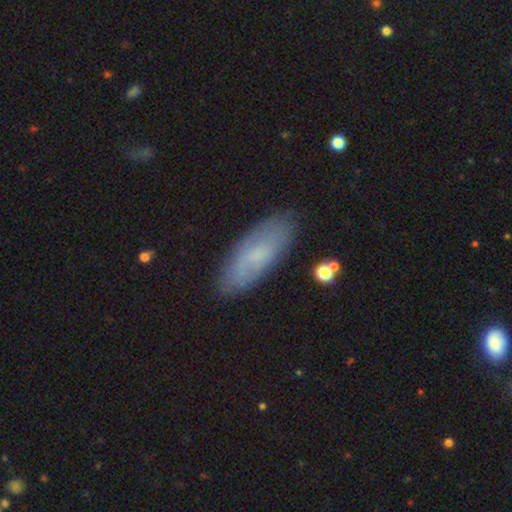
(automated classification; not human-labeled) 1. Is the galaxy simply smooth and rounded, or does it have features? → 62% smooth, 31% featured or disk, 8% star or artifact.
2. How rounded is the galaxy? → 69% in between, 29% cigar-shaped, 2% round.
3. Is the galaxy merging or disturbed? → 83% none, 13% minor disturbance, 3% major disturbance, 2% merger.